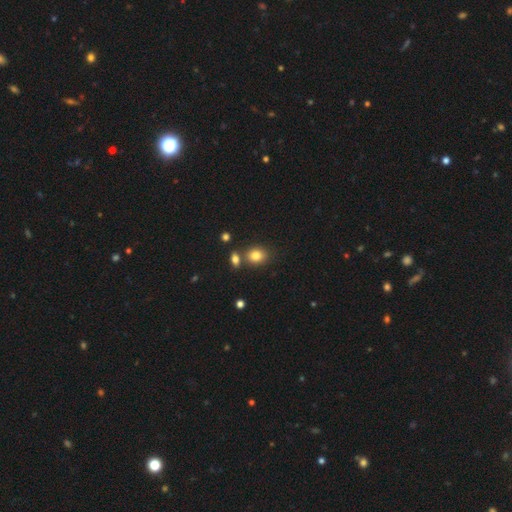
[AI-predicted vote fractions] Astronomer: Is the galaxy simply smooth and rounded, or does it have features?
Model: smooth — 82%.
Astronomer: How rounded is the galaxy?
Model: round — 50% (runner-up: in between, 49%).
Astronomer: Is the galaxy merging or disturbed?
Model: none — 67%.